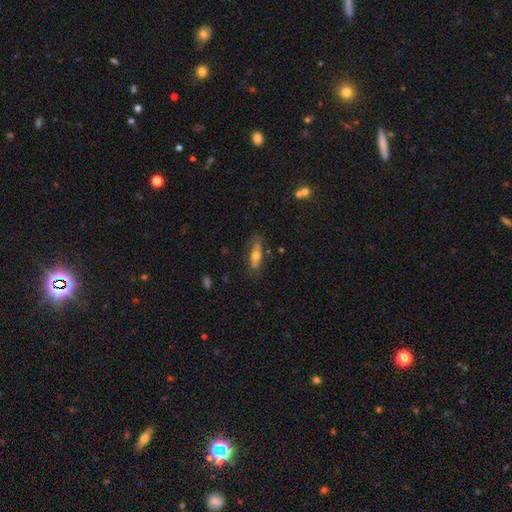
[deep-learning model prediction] Smooth or featured? smooth (56%)
How rounded? in between (56%)
Merging? none (71%)